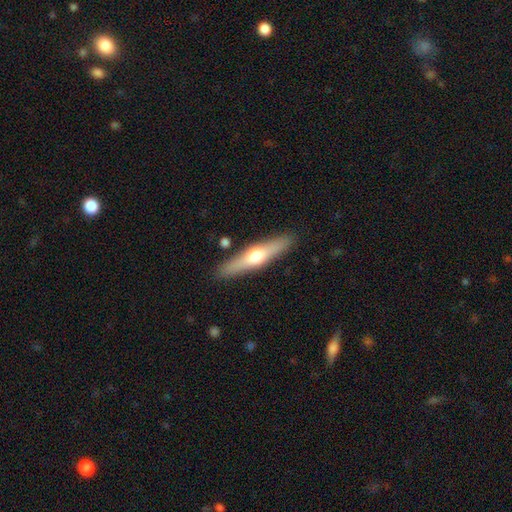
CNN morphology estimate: Overall: featured or disk (53%; smooth 42%). Edge-on disk: yes (93%). Merging: none (88%).